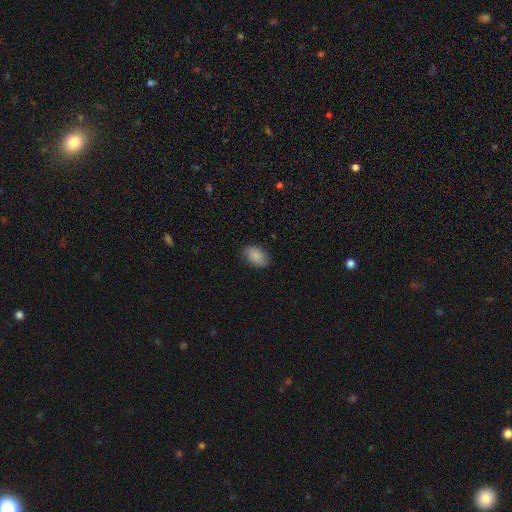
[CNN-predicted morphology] smooth_or_featured: smooth (p=0.87) [alt: star or artifact p=0.07]
how_rounded: in between (p=0.91) [alt: round p=0.07]
merging: none (p=0.83) [alt: minor disturbance p=0.13]